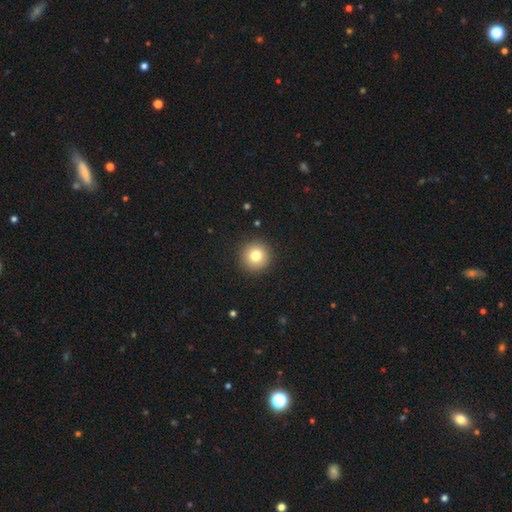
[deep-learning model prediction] Q: Smooth or featured?
A: smooth (80%); runner-up: star or artifact (10%)
Q: How rounded?
A: round (95%); runner-up: in between (4%)
Q: Merging?
A: none (92%); runner-up: minor disturbance (5%)